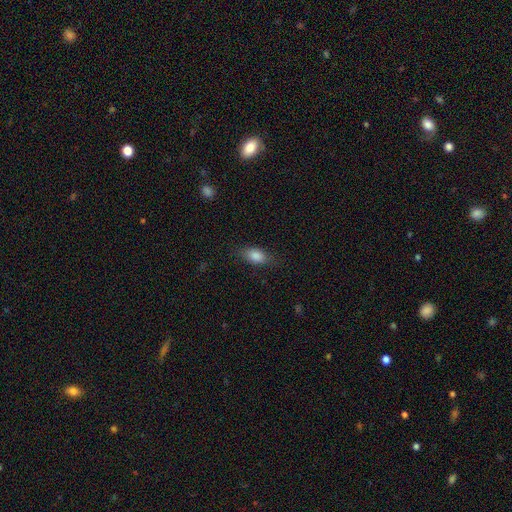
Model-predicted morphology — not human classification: type=smooth (83%); roundness=in between (83%); merging=none (78%).